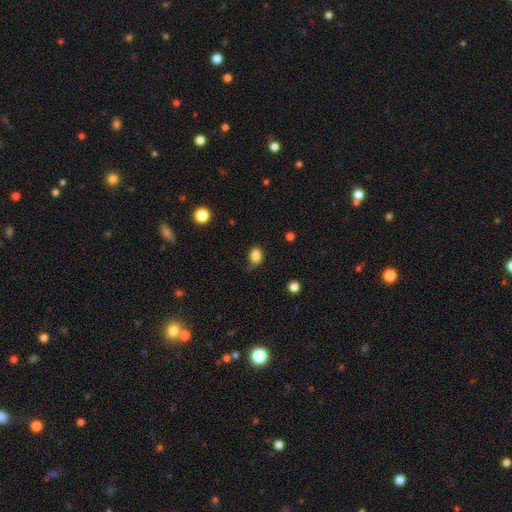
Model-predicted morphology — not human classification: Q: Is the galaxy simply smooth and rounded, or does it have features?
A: smooth — 84%.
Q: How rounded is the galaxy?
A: in between — 65%.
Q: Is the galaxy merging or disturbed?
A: none — 55%.